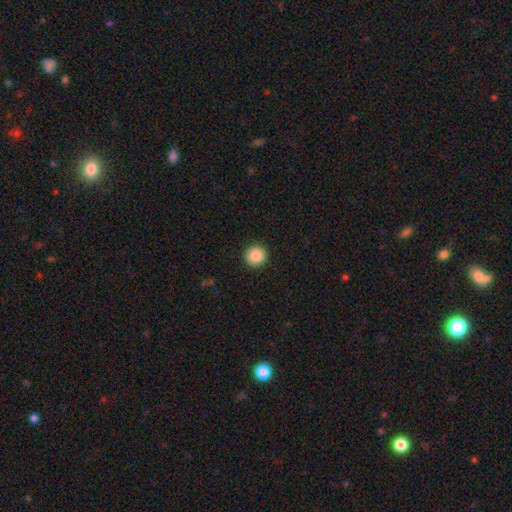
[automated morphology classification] Q: Smooth or featured?
A: smooth (88%); runner-up: star or artifact (9%)
Q: How rounded?
A: round (95%); runner-up: in between (4%)
Q: Merging?
A: none (92%); runner-up: minor disturbance (5%)